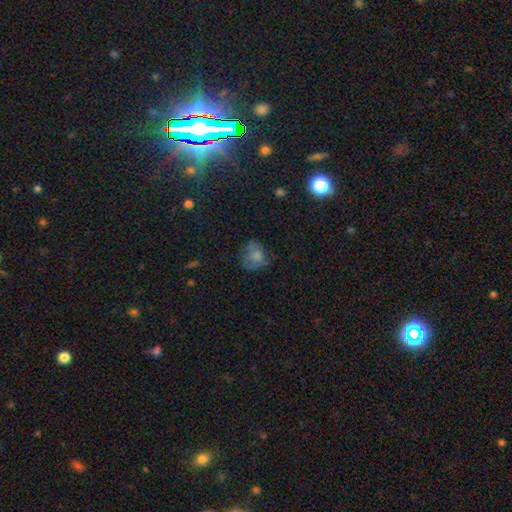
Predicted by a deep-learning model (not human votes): Overall: smooth (65%). How rounded: round (61%; in between 38%). Merging: none (50%; minor disturbance 27%).